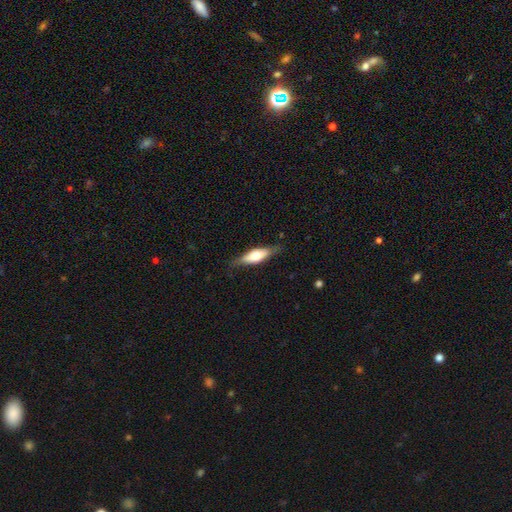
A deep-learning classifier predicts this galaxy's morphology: Smooth or featured: smooth — 50% (featured or disk — 45%)
Merging: none — 78% (minor disturbance — 16%)